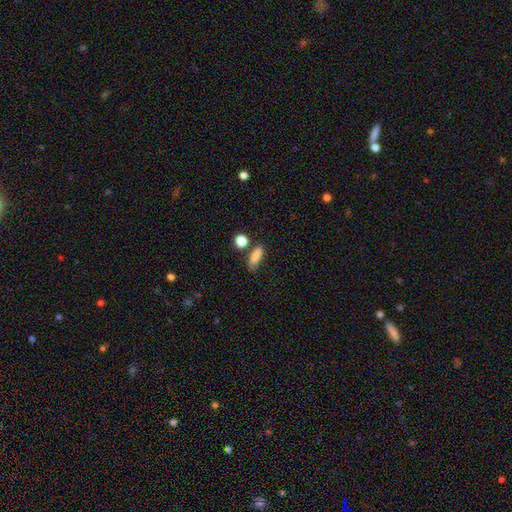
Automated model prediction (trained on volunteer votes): The model was most divided on "how rounded": in between: 57%, cigar-shaped: 35%, round: 8%. More confident: smooth or featured — smooth (84%); merging — none (69%).